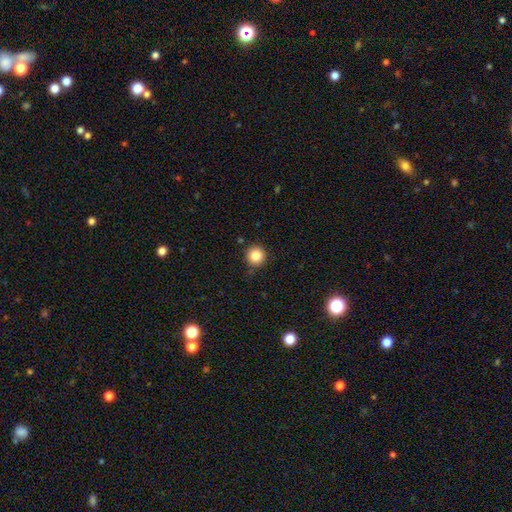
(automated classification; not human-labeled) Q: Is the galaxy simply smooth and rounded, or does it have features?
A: smooth — 84%.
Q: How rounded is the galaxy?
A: round — 95%.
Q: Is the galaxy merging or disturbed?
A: none — 88%.